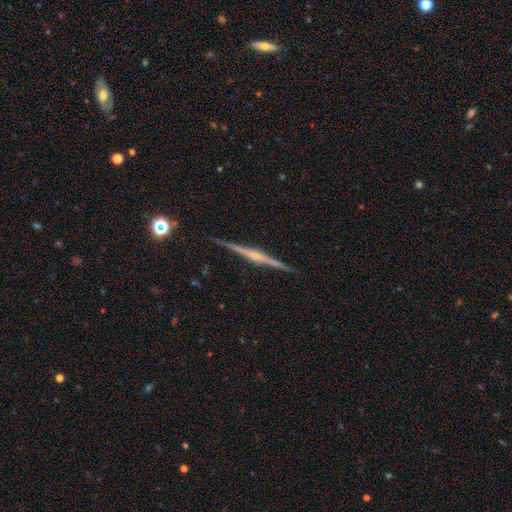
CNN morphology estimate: Smooth or featured? Predicted: featured or disk (p=0.85). Edge-on disk? Predicted: yes (p=0.99). Edge-on bulge? Predicted: rounded (p=0.64). Merging? Predicted: none (p=0.91).